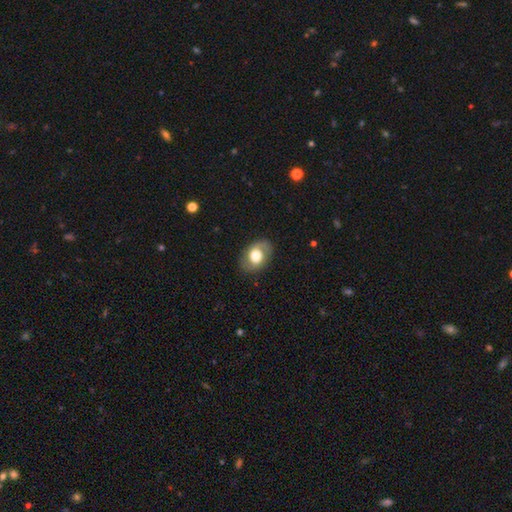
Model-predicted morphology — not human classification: The model was most divided on "smooth or featured": smooth: 61%, featured or disk: 31%, star or artifact: 8%. More confident: merging — none (80%); how rounded — in between (73%).